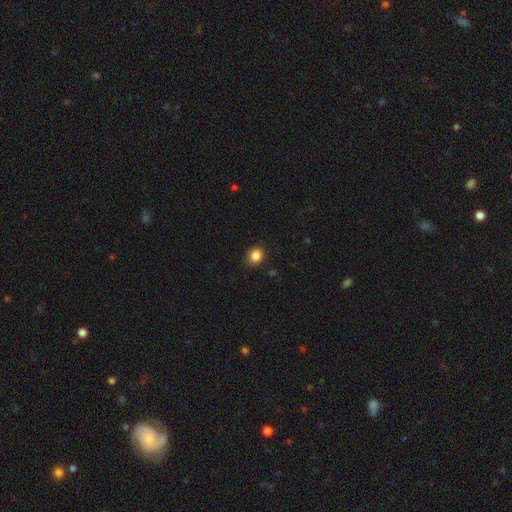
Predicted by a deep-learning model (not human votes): Smooth or featured: smooth — 86% (star or artifact — 10%)
How rounded: round — 67% (in between — 32%)
Merging: none — 86% (minor disturbance — 11%)